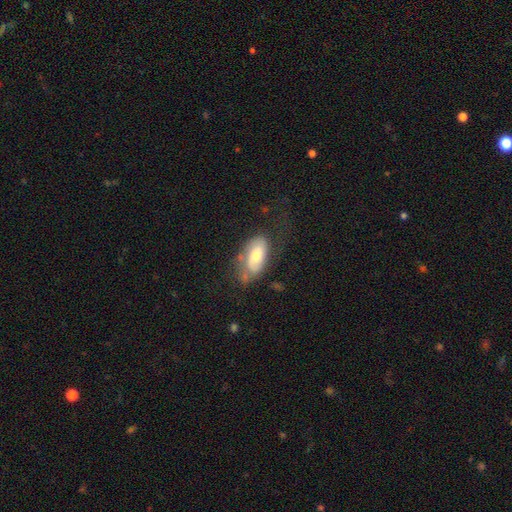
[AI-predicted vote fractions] Smooth or featured?
  - smooth: 53% *
  - featured or disk: 40%
  - star or artifact: 7%
How rounded?
  - in between: 90% *
  - cigar-shaped: 6%
  - round: 4%
Merging?
  - none: 50% *
  - minor disturbance: 27%
  - major disturbance: 20%
  - merger: 4%